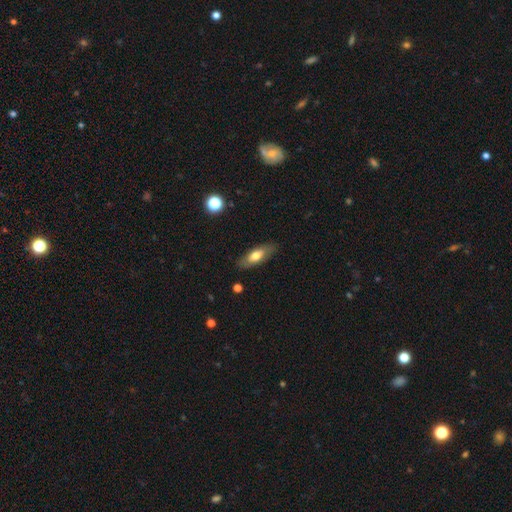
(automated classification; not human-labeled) Smooth or featured? smooth (62%)
How rounded? in between (69%)
Merging? none (84%)